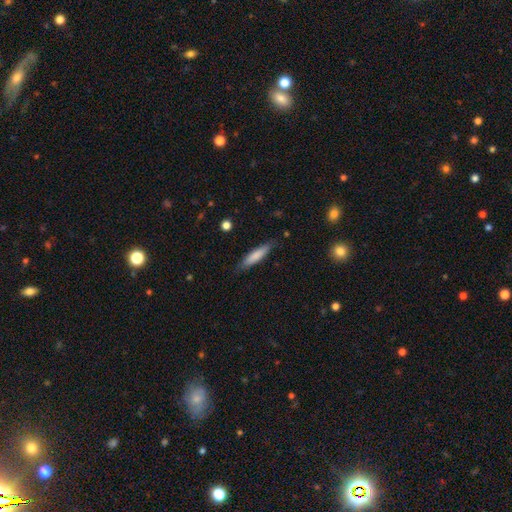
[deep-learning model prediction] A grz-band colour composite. It shows a smooth galaxy with no disk features (78%) that is cigar-shaped (79%). Merging: none (82%).